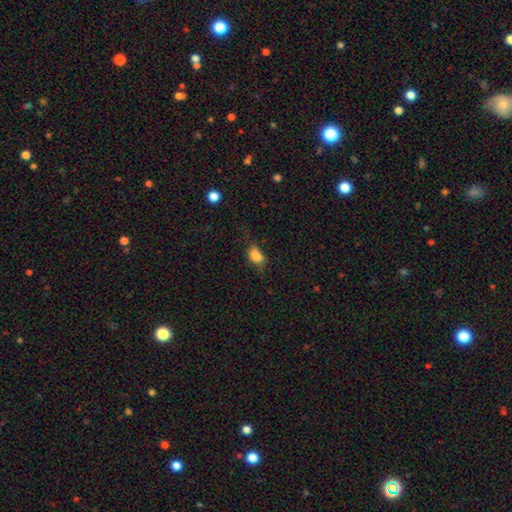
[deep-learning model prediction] Smooth or featured: smooth — 80% (star or artifact — 11%)
How rounded: in between — 80% (round — 17%)
Merging: none — 47% (minor disturbance — 31%)